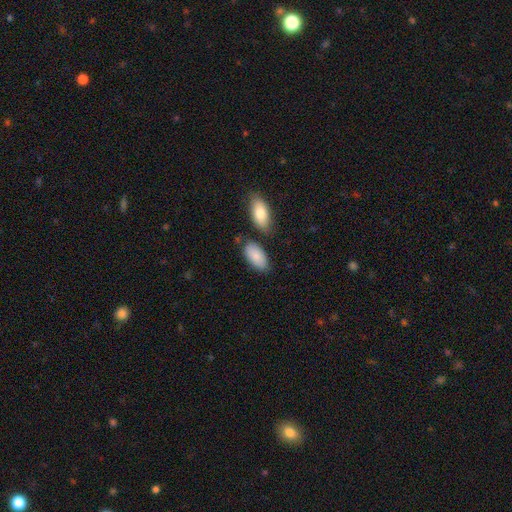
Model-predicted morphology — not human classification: This is clearly a smooth galaxy (87%). How rounded: clearly in between (94%). Merging: likely none (71%).